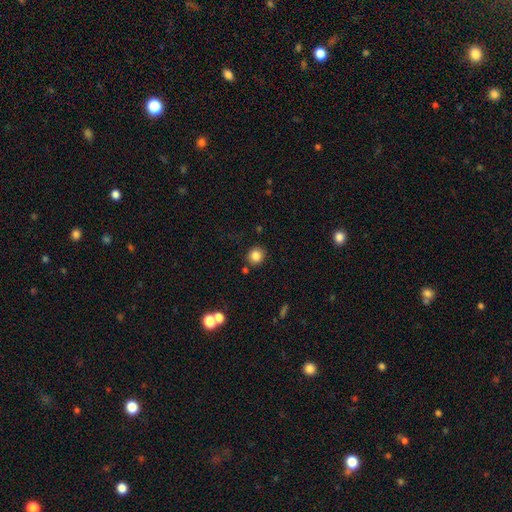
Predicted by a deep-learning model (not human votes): smooth-or-featured: smooth: 84% | star or artifact: 11% | featured or disk: 5%
  how-rounded: round: 87% | in between: 12% | cigar-shaped: 1%
  merging: none: 85% | minor disturbance: 8% | merger: 4% | major disturbance: 2%